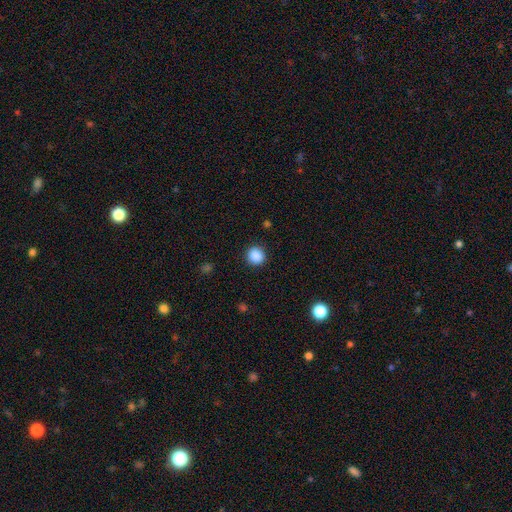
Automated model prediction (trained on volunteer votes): smooth-or-featured: smooth: 88% | star or artifact: 10% | featured or disk: 3%
  how-rounded: round: 92% | in between: 7% | cigar-shaped: 1%
  merging: none: 90% | minor disturbance: 6% | major disturbance: 2% | merger: 1%